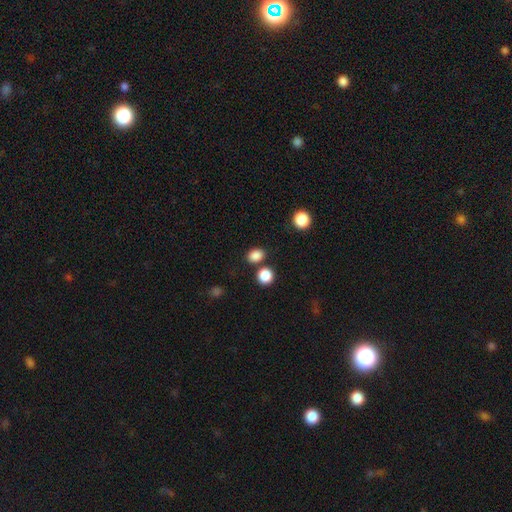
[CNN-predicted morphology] type=smooth (85%); roundness=in between (53%); merging=none (76%).